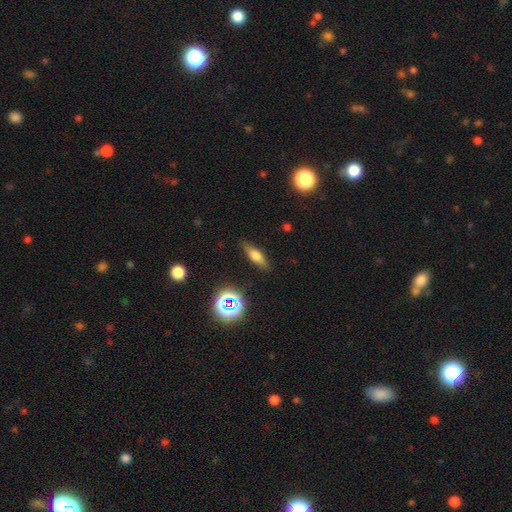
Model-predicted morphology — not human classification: Q: Smooth or featured?
A: smooth (55%); runner-up: featured or disk (32%)
Q: How rounded?
A: cigar-shaped (52%); runner-up: in between (43%)
Q: Merging?
A: none (85%); runner-up: minor disturbance (10%)